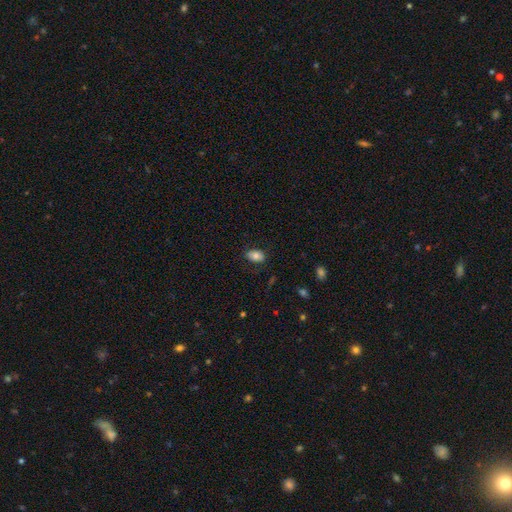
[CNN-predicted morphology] The model was most divided on "smooth or featured": smooth: 79%, featured or disk: 12%, star or artifact: 9%. More confident: how rounded — in between (85%); merging — none (81%).